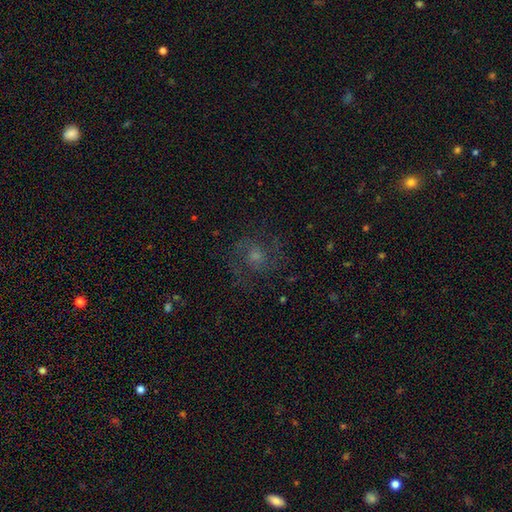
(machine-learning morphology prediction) This is likely a featured or disk galaxy (61%). It is clearly not viewed edge-on (97%). Bar: likely no (64%). Spiral arm pattern: clearly yes (92%). Spiral arm count: likely 2 (72%). Spiral winding: possibly medium (52%). Central bulge: possibly moderate (50%). Merging: likely none (78%).